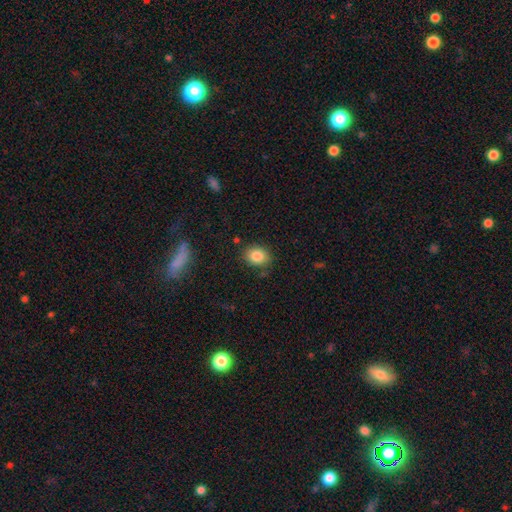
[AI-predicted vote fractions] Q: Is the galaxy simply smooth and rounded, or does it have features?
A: smooth — 84%.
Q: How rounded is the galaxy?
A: in between — 52%.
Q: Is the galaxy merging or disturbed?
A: none — 82%.